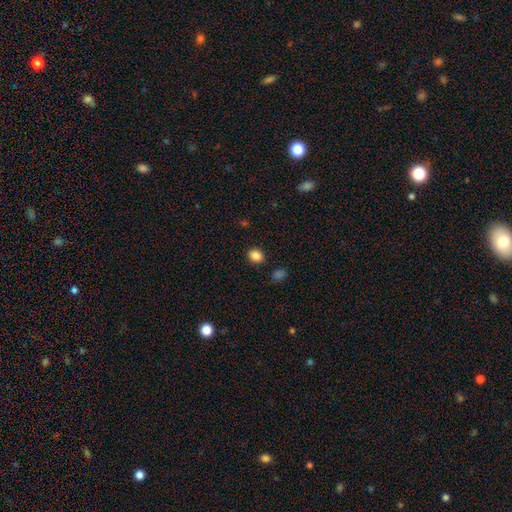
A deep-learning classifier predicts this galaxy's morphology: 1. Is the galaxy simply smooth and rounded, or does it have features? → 86% smooth, 10% star or artifact, 4% featured or disk.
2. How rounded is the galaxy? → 51% in between, 48% round, 1% cigar-shaped.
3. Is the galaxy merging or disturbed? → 88% none, 7% minor disturbance, 2% major disturbance, 2% merger.